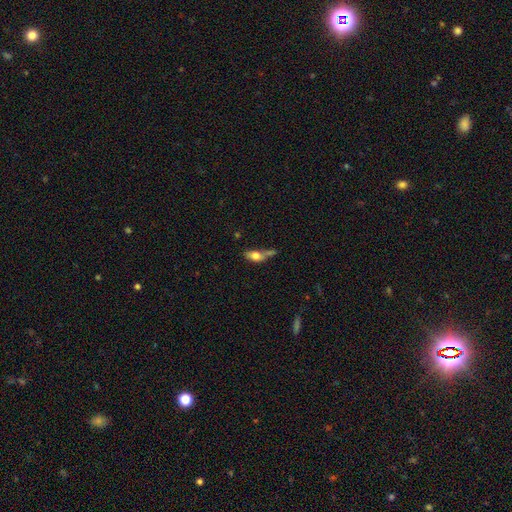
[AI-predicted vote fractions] Morphology: type=smooth (69%); roundness=in between (77%); merging=none (32%).